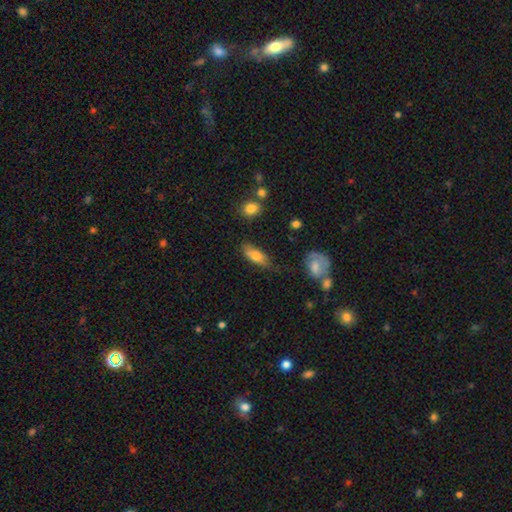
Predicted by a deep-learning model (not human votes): Q: Smooth or featured?
A: smooth (73%); runner-up: featured or disk (19%)
Q: How rounded?
A: in between (69%); runner-up: cigar-shaped (28%)
Q: Merging?
A: none (67%); runner-up: minor disturbance (23%)